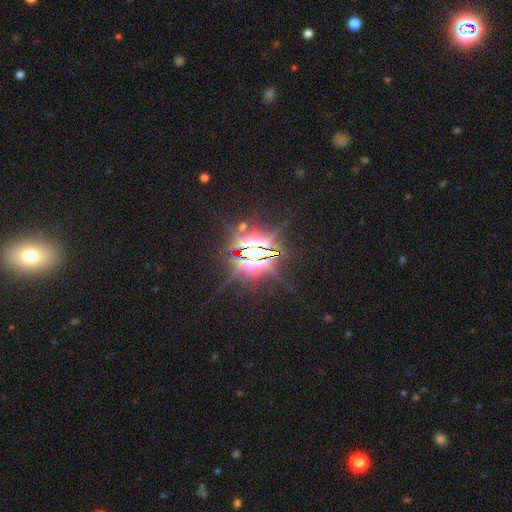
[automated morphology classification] Smooth or featured: star or artifact — 84% (smooth — 9%)